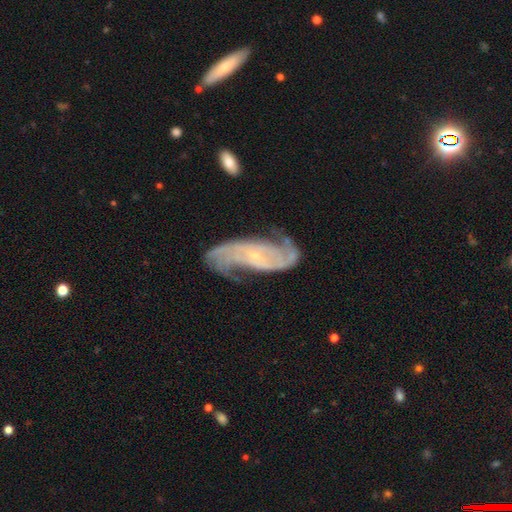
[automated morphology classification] smooth_or_featured: featured or disk (p=0.88) [alt: smooth p=0.06]
disk_edge_on: no (p=0.93) [alt: yes p=0.07]
bar: no (p=0.56) [alt: weak p=0.31]
has_spiral_arms: yes (p=0.97) [alt: no p=0.03]
spiral_winding: medium (p=0.44) [alt: tight p=0.34]
spiral_arm_count: 2 (p=0.65) [alt: can't tell p=0.12]
bulge_size: small (p=0.84) [alt: moderate p=0.10]
merging: none (p=0.65) [alt: minor disturbance p=0.21]